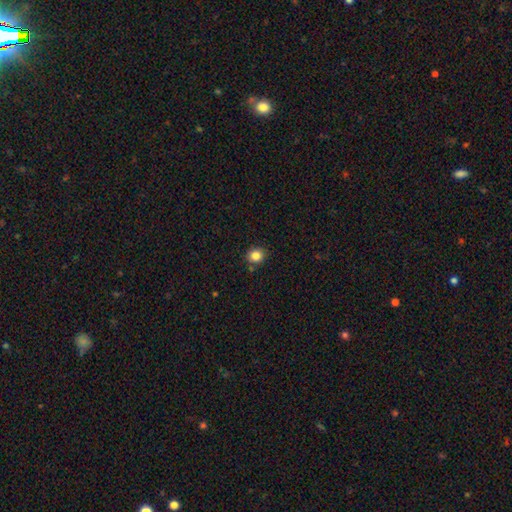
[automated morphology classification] Smooth or featured? Predicted: smooth (p=0.84). How rounded? Predicted: round (p=0.84). Merging? Predicted: none (p=0.86).